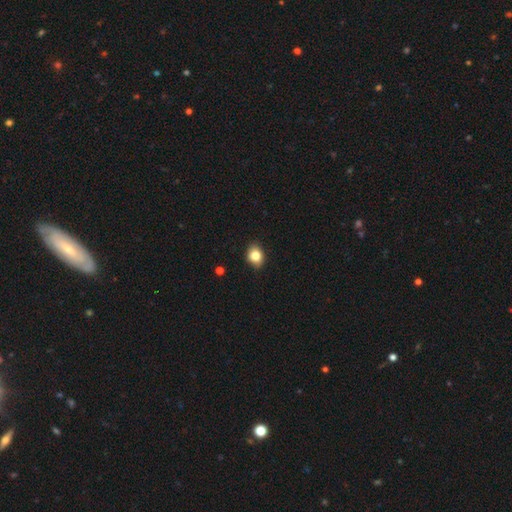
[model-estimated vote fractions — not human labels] This appears to be a smooth galaxy with no disk features (83%) that is in between round and cigar-shaped (55%). Merging: none (87%).